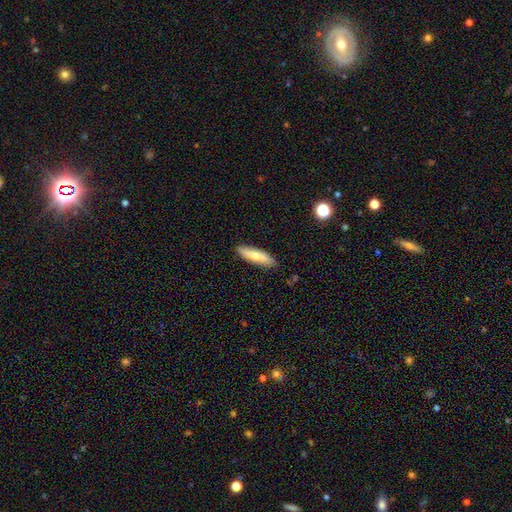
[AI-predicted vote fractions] Smooth or featured? Predicted: smooth (p=0.69). How rounded? Predicted: cigar-shaped (p=0.69). Merging? Predicted: none (p=0.87).